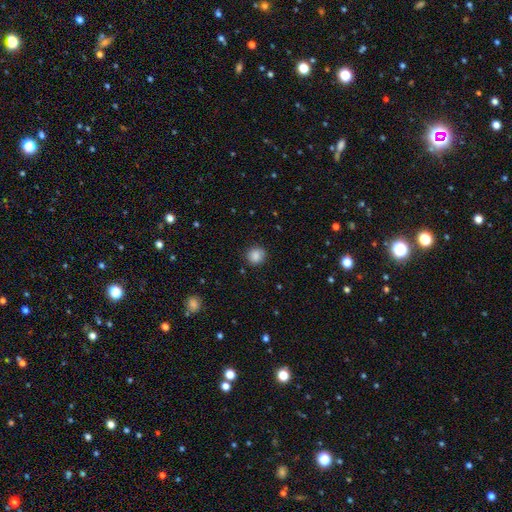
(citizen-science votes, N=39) smooth-or-featured: smooth: 85% | featured or disk: 8% | star or artifact: 8%
  how-rounded: round: 91% | in between: 9% | cigar-shaped: 0%
  merging: none: 78% | minor disturbance: 17% | major disturbance: 6% | merger: 0%